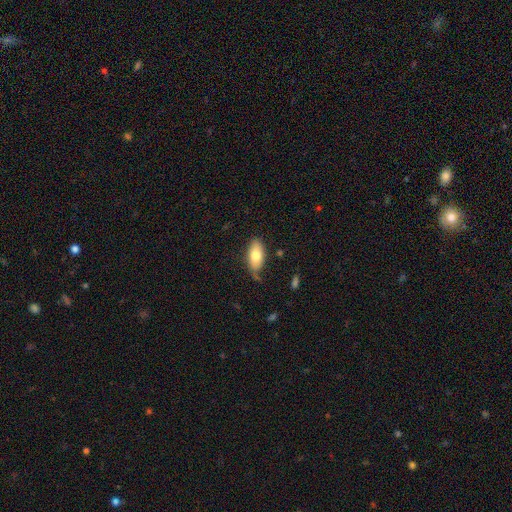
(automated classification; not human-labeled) Morphology: type=smooth (78%); roundness=in between (91%); merging=none (71%).